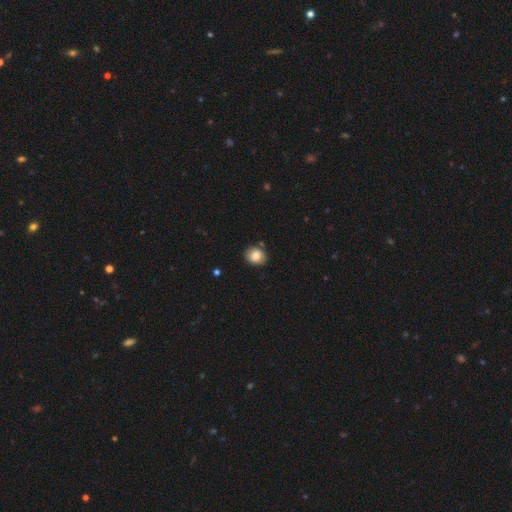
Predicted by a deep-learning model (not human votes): This appears to be a smooth galaxy with no disk features (83%) that is round (67%). Merging: none (84%).